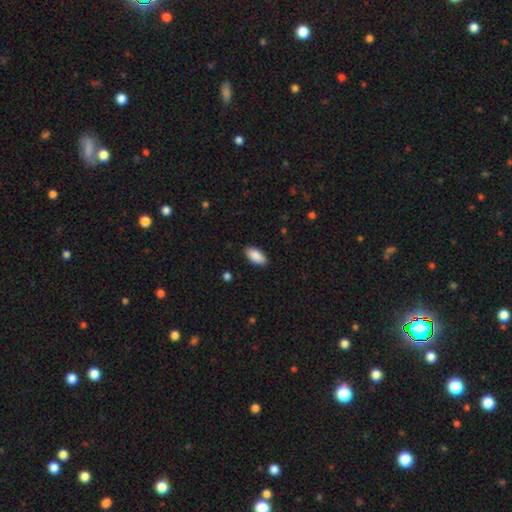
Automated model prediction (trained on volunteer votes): Overall: smooth (90%). How rounded: in between (93%). Merging: none (88%).